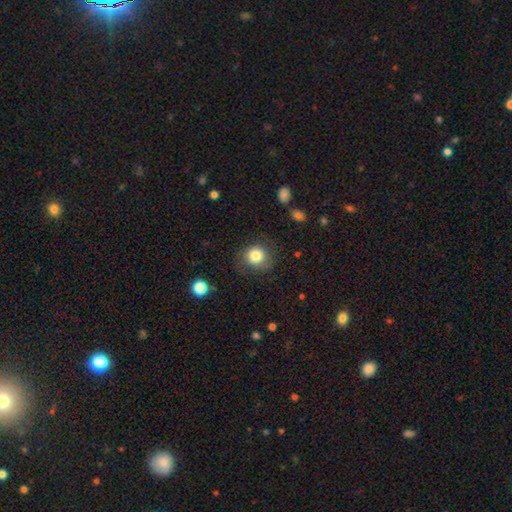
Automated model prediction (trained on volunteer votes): This appears to be a smooth galaxy with no disk features (80%) that is round (80%). Merging: none (71%).